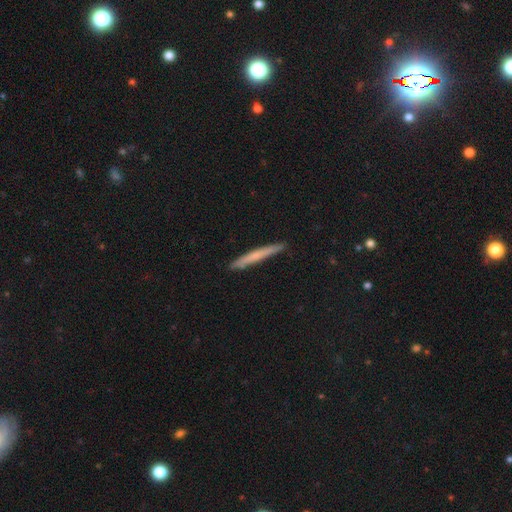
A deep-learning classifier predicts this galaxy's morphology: smooth_or_featured: smooth (p=0.61) [alt: featured or disk p=0.33]
how_rounded: cigar-shaped (p=0.97) [alt: in between p=0.02]
merging: none (p=0.89) [alt: minor disturbance p=0.08]